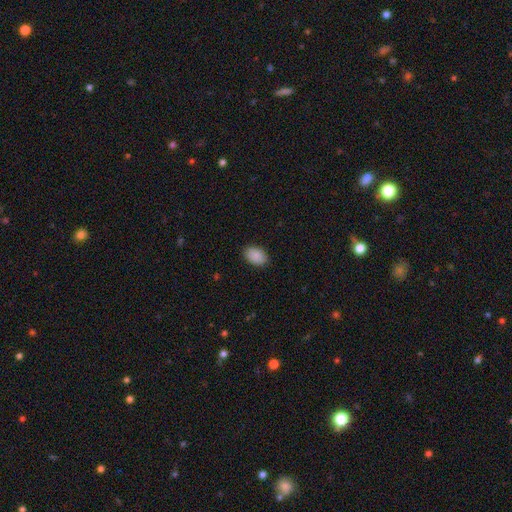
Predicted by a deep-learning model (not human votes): smooth-or-featured: smooth: 90% | star or artifact: 7% | featured or disk: 3%
  how-rounded: in between: 87% | round: 12% | cigar-shaped: 1%
  merging: none: 88% | minor disturbance: 9% | major disturbance: 2% | merger: 1%